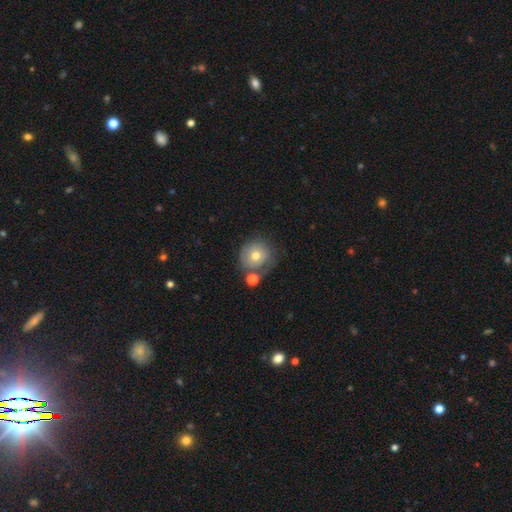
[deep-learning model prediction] smooth_or_featured: smooth (p=0.65) [alt: featured or disk p=0.26]
how_rounded: round (p=0.87) [alt: in between p=0.12]
merging: none (p=0.51) [alt: minor disturbance p=0.20]